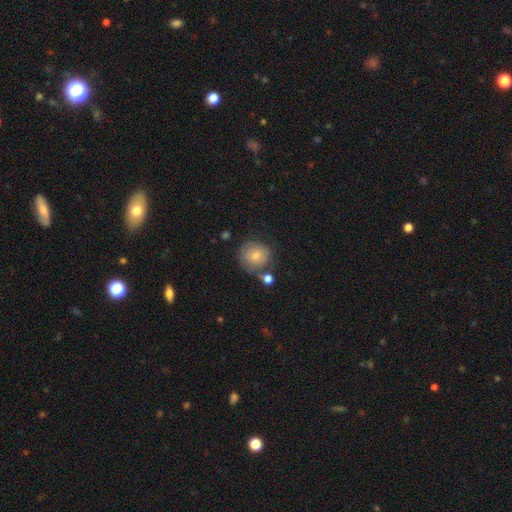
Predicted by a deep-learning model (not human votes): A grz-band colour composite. It shows a smooth galaxy with no disk features (76%) that is round (87%). Merging: none (57%).